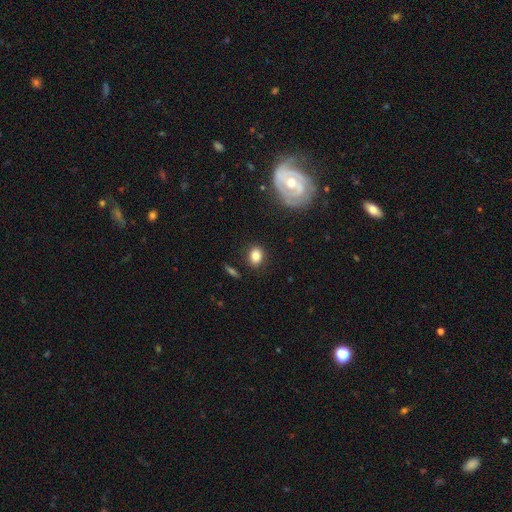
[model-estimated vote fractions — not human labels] smooth 82%, star or artifact 9%, featured or disk 8%. Down the decision tree: how rounded — in between (57%); merging — none (84%).